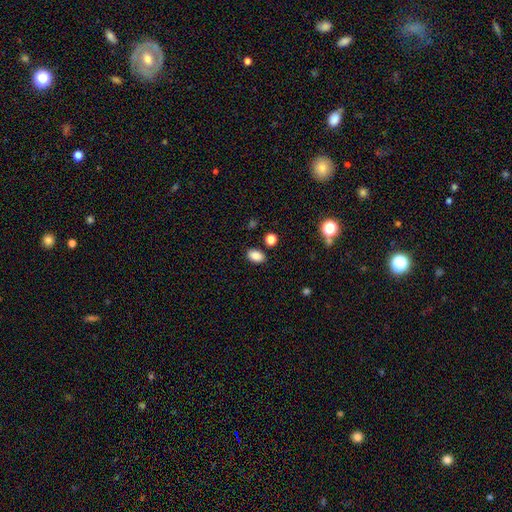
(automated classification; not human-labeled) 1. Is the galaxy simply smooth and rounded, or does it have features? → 87% smooth, 9% star or artifact, 4% featured or disk.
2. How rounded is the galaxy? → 86% in between, 12% round, 1% cigar-shaped.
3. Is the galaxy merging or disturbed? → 84% none, 10% minor disturbance, 3% merger, 3% major disturbance.